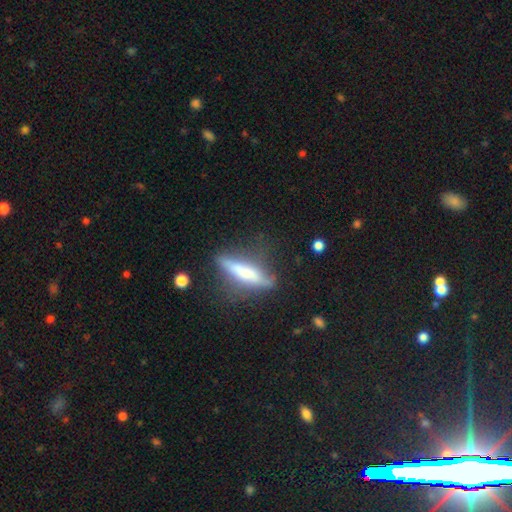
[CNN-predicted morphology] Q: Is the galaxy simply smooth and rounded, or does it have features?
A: featured or disk — 51%.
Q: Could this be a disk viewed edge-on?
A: yes — 87%.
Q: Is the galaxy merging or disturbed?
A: none — 71%.